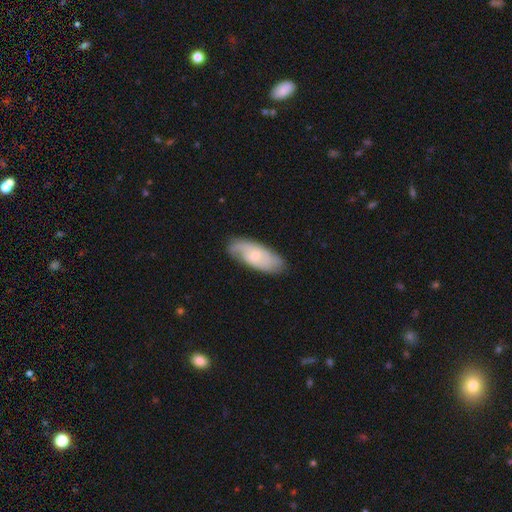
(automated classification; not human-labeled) featured or disk 64%, smooth 31%, star or artifact 6%. Down the decision tree: edge-on disk — no (91%); bar — no (62%); spiral arms — yes (89%); spiral arm count — 2 (50%); spiral winding — medium (41%); bulge size — small (64%); merging — none (73%).